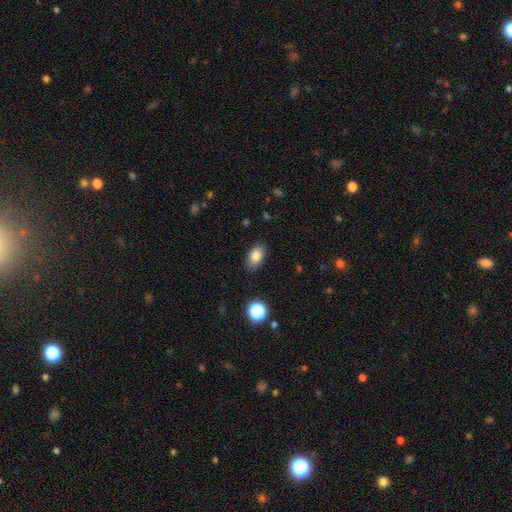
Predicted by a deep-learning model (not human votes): Smooth or featured: smooth — 83% (star or artifact — 9%)
How rounded: in between — 89% (round — 10%)
Merging: none — 86% (minor disturbance — 10%)